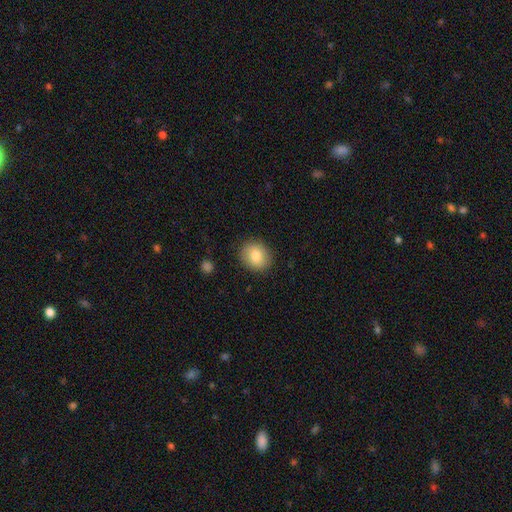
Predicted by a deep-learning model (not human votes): Smooth or featured?
  - smooth: 81% *
  - featured or disk: 10%
  - star or artifact: 8%
How rounded?
  - round: 69% *
  - in between: 30%
  - cigar-shaped: 1%
Merging?
  - none: 88% *
  - minor disturbance: 8%
  - major disturbance: 2%
  - merger: 1%